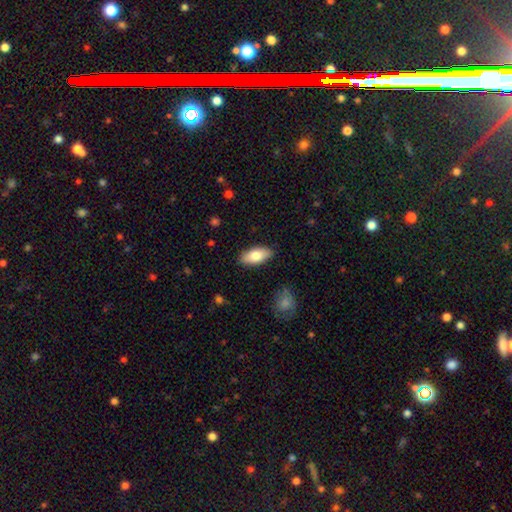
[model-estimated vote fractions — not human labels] A smooth galaxy with no disk features (80%) that is in between round and cigar-shaped (88%).

Vote fractions:
- Smooth or featured? smooth: 80% / featured or disk: 14% / star or artifact: 6%
- How rounded? in between: 88% / cigar-shaped: 9% / round: 2%
- Merging? none: 88% / minor disturbance: 9% / major disturbance: 2% / merger: 1%